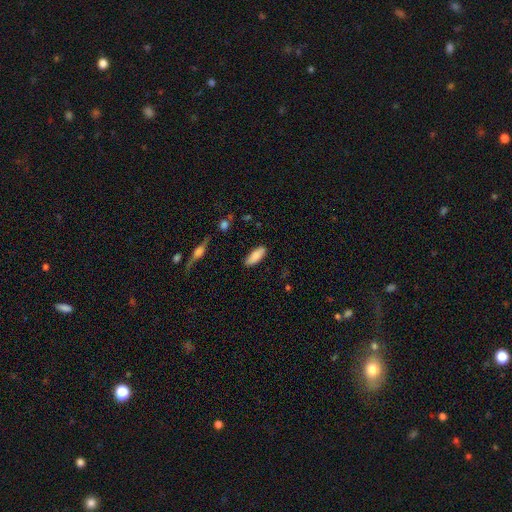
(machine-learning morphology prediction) Smooth or featured: smooth — 86% (featured or disk — 7%)
How rounded: in between — 73% (cigar-shaped — 25%)
Merging: none — 86% (minor disturbance — 10%)